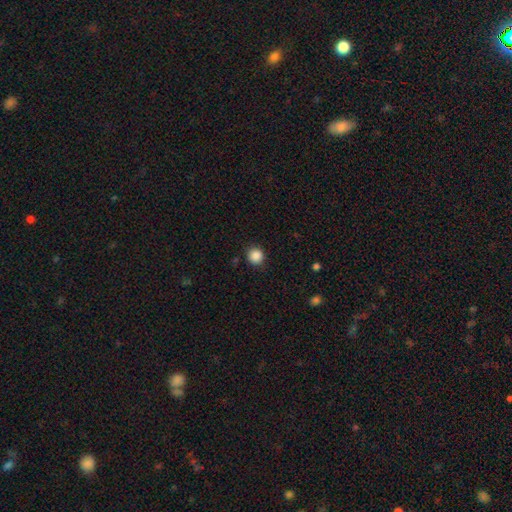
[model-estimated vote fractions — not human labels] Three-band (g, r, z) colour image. It shows a smooth galaxy with no disk features (87%) that is round (92%). Merging: none (89%).